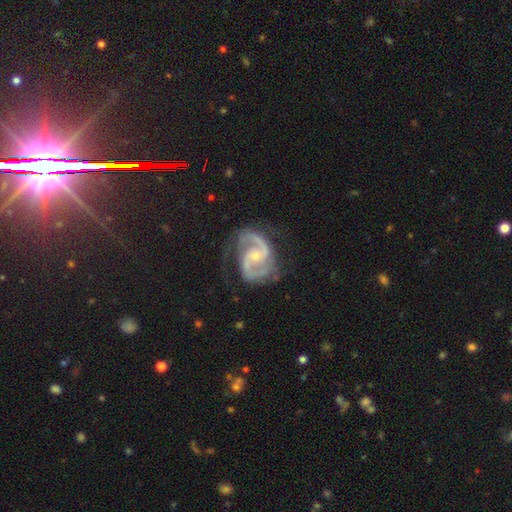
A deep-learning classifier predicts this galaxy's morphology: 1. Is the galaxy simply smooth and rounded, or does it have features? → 93% featured or disk, 4% star or artifact, 3% smooth.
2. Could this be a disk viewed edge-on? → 98% no, 2% yes.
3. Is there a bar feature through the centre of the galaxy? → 54% no, 36% weak, 10% strong.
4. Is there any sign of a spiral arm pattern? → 98% yes, 2% no.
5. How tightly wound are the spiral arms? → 60% medium, 27% tight, 13% loose.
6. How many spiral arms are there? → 91% 2, 3% 3, 2% can't tell, 1% 1, 1% 4, 1% more than 4.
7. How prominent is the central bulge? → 64% small, 32% moderate, 2% none, 1% large, 1% dominant.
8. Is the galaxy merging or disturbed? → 68% none, 21% minor disturbance, 9% major disturbance, 2% merger.